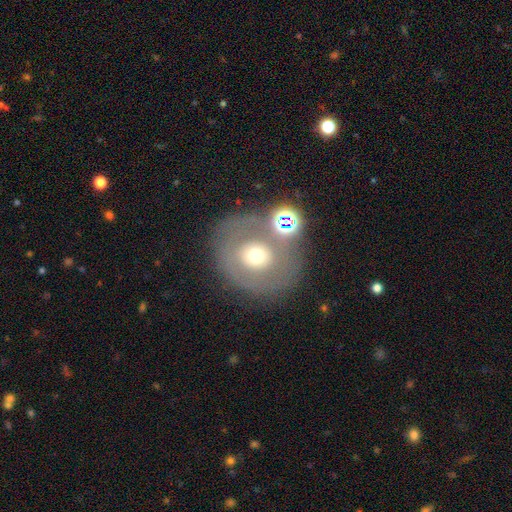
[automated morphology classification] smooth-or-featured: featured or disk: 52% | smooth: 36% | star or artifact: 12%
  disk-edge-on: no: 95% | yes: 5%
  merging: none: 65% | minor disturbance: 14% | merger: 13% | major disturbance: 8%